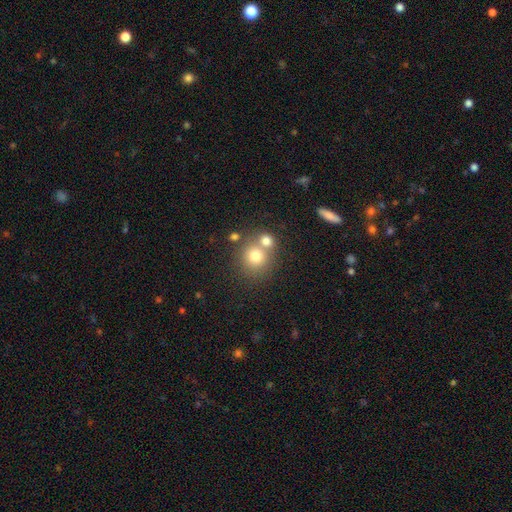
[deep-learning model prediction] Smooth or featured: smooth — 75% (featured or disk — 13%)
How rounded: round — 86% (in between — 13%)
Merging: none — 51% (merger — 38%)